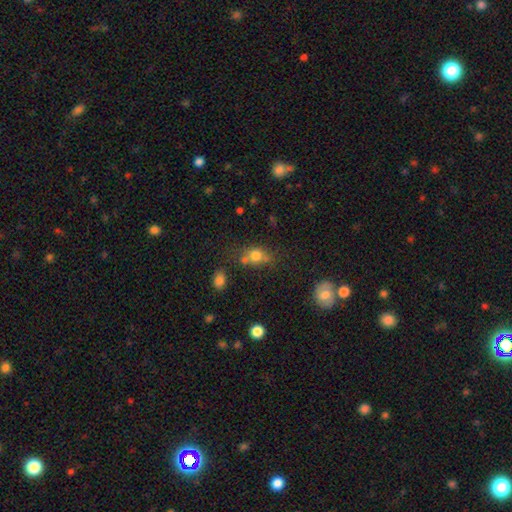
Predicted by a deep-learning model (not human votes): Smooth or featured? Predicted: smooth (p=0.74). How rounded? Predicted: round (p=0.55). Merging? Predicted: none (p=0.52).